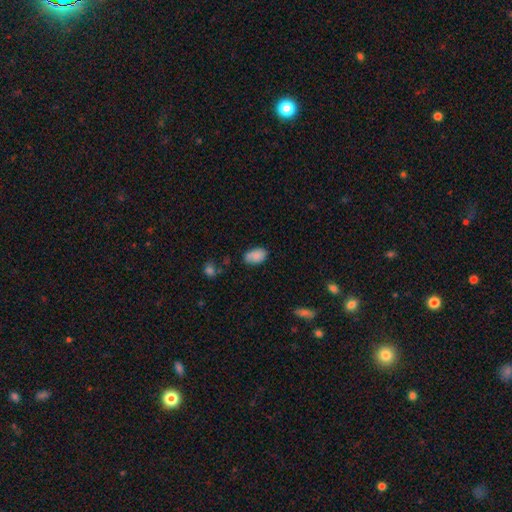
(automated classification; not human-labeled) Smooth or featured? smooth (85%)
How rounded? in between (92%)
Merging? none (68%)